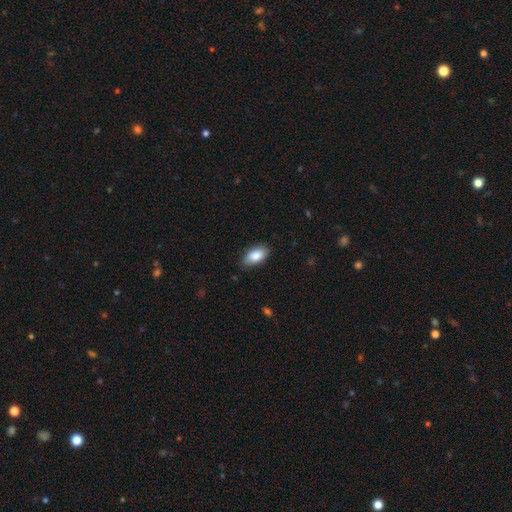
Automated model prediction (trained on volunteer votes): Smooth or featured? Predicted: smooth (p=0.86). How rounded? Predicted: in between (p=0.93). Merging? Predicted: none (p=0.80).